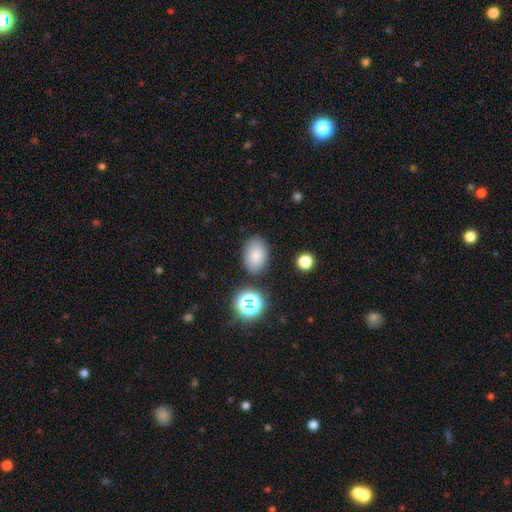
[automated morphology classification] smooth 81%, star or artifact 11%, featured or disk 7%. Down the decision tree: how rounded — in between (84%); merging — none (82%).